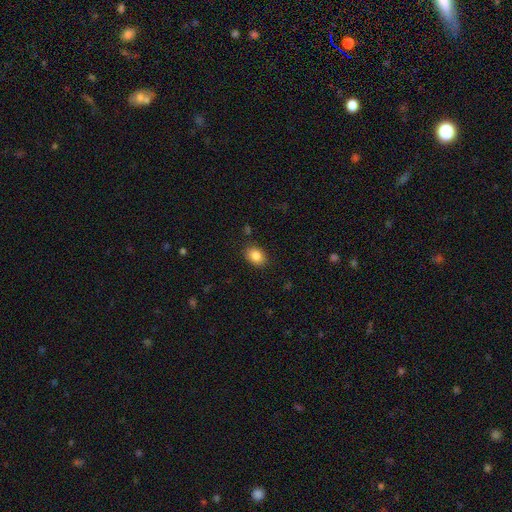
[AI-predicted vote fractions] smooth_or_featured: smooth (p=0.86) [alt: star or artifact p=0.08]
how_rounded: in between (p=0.72) [alt: round p=0.27]
merging: none (p=0.87) [alt: minor disturbance p=0.10]